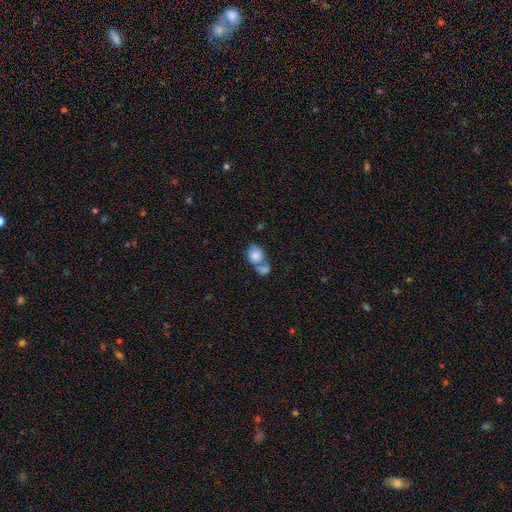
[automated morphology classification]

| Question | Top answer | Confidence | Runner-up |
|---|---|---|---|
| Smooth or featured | smooth | 78% | featured or disk (14%) |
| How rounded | round | 50% | in between (48%) |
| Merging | merger | 62% | none (24%) |